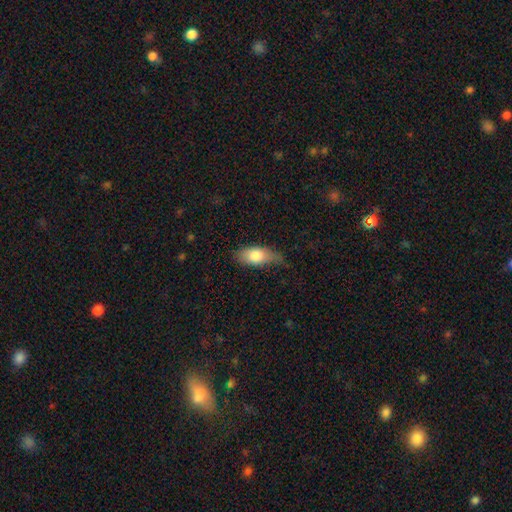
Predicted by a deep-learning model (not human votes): Overall: smooth (76%). How rounded: in between (83%). Merging: none (53%; minor disturbance 36%).